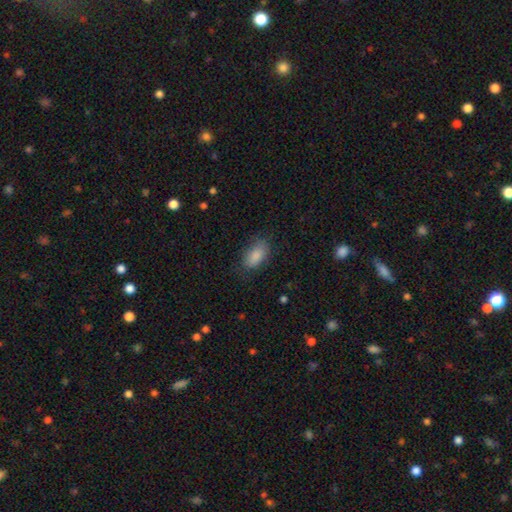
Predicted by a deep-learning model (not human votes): A smooth galaxy with no disk features (86%) that is in between round and cigar-shaped (91%). Merging: none (72%).